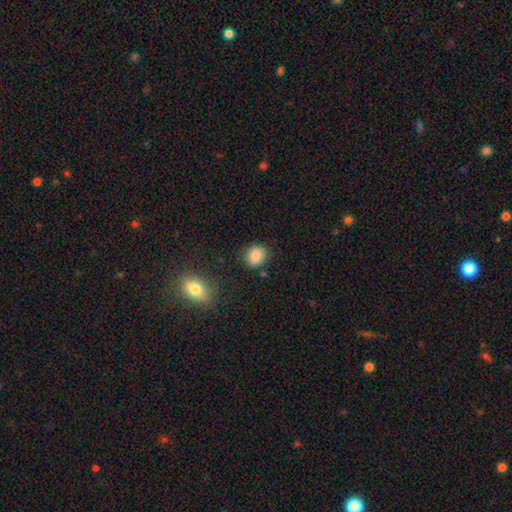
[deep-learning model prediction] Smooth or featured: smooth — 85% (star or artifact — 10%)
How rounded: round — 70% (in between — 29%)
Merging: none — 82% (minor disturbance — 11%)